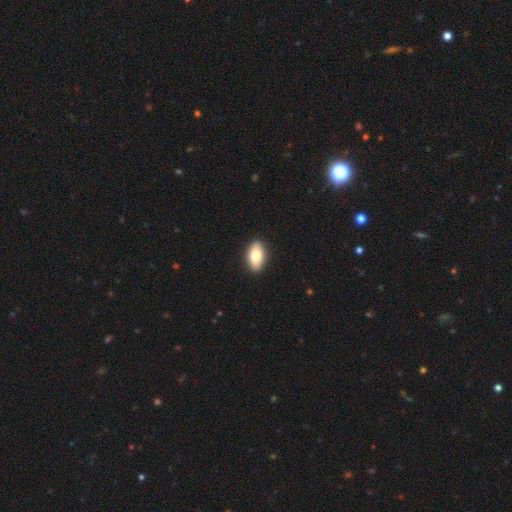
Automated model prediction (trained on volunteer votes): smooth-or-featured: smooth: 77% | featured or disk: 17% | star or artifact: 6%
  how-rounded: in between: 92% | round: 5% | cigar-shaped: 4%
  merging: none: 90% | minor disturbance: 7% | major disturbance: 2% | merger: 1%